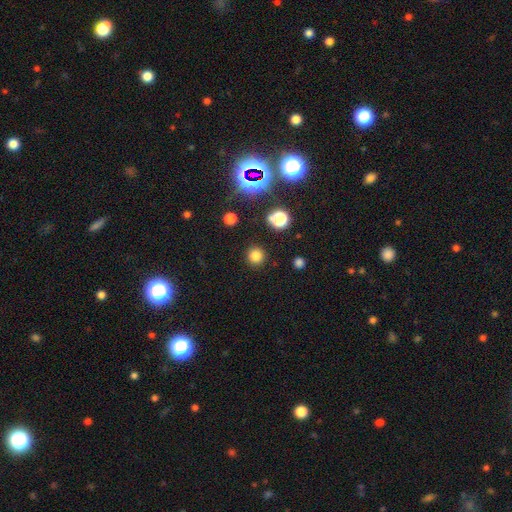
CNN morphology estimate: Smooth or featured? smooth (79%)
How rounded? round (93%)
Merging? none (90%)